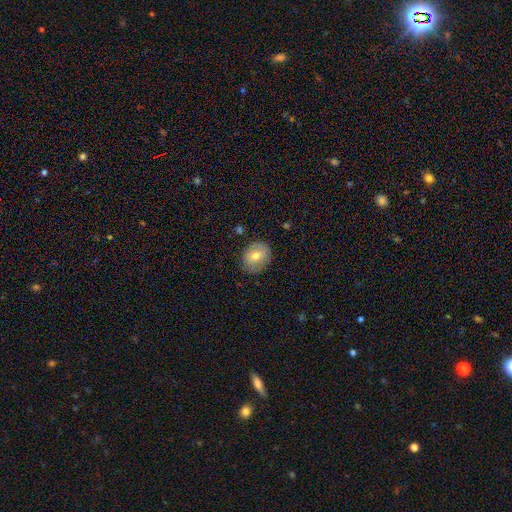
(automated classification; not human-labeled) Smooth or featured: smooth — 68% (featured or disk — 24%)
How rounded: round — 59% (in between — 40%)
Merging: none — 80% (minor disturbance — 15%)